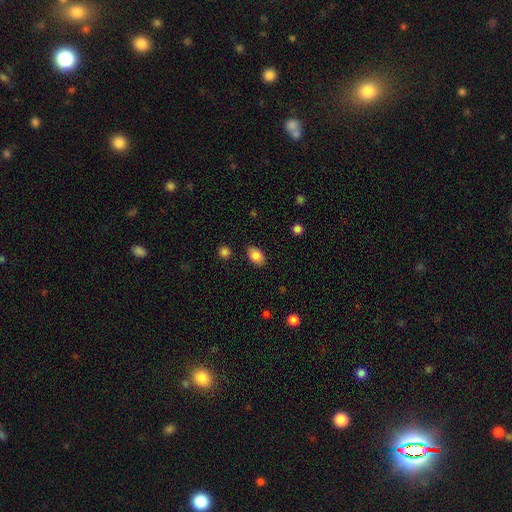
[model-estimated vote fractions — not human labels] Smooth or featured: smooth — 85% (star or artifact — 8%)
How rounded: in between — 86% (round — 12%)
Merging: none — 86% (minor disturbance — 10%)